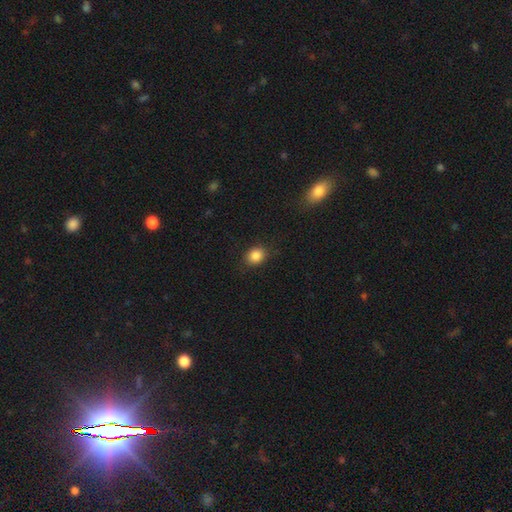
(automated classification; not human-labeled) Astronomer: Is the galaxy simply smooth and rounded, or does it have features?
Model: smooth — 86%.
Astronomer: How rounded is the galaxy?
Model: round — 59% (runner-up: in between, 40%).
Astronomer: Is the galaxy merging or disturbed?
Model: none — 85%.